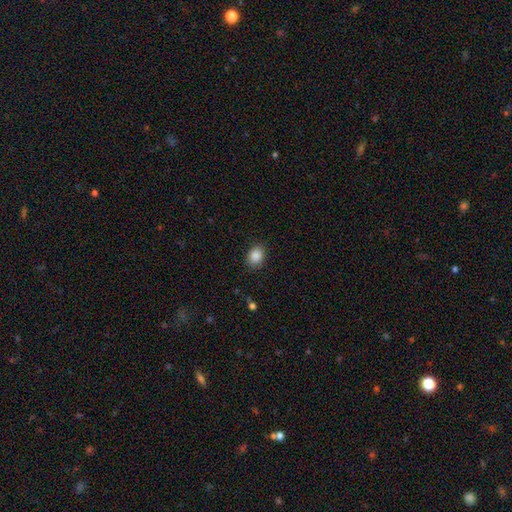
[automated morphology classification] A smooth galaxy with no disk features (88%) that is in between round and cigar-shaped (61%).

Vote fractions:
- Smooth or featured? smooth: 88% / star or artifact: 8% / featured or disk: 4%
- How rounded? in between: 61% / round: 38% / cigar-shaped: 1%
- Merging? none: 87% / minor disturbance: 10% / major disturbance: 3% / merger: 1%